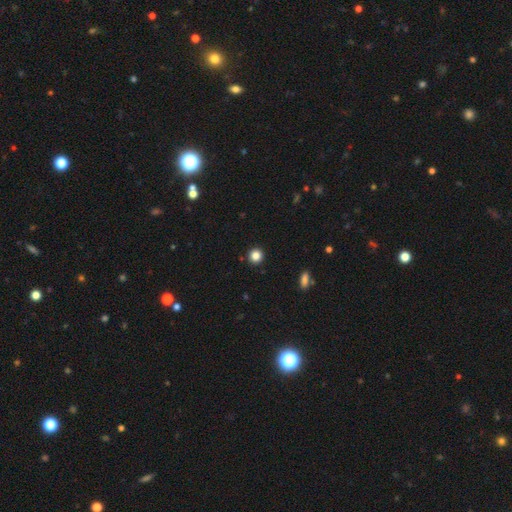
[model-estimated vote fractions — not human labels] Morphology: type=smooth (84%); roundness=round (94%); merging=none (93%).